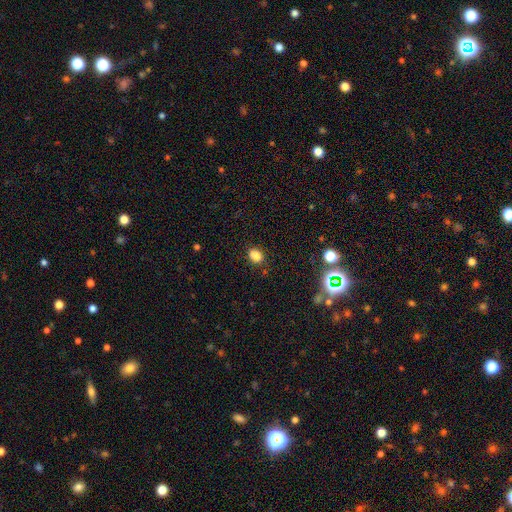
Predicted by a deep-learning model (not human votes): Smooth or featured?
  - smooth: 82% *
  - star or artifact: 13%
  - featured or disk: 5%
How rounded?
  - in between: 61% *
  - round: 37%
  - cigar-shaped: 1%
Merging?
  - none: 78% *
  - minor disturbance: 16%
  - major disturbance: 4%
  - merger: 3%